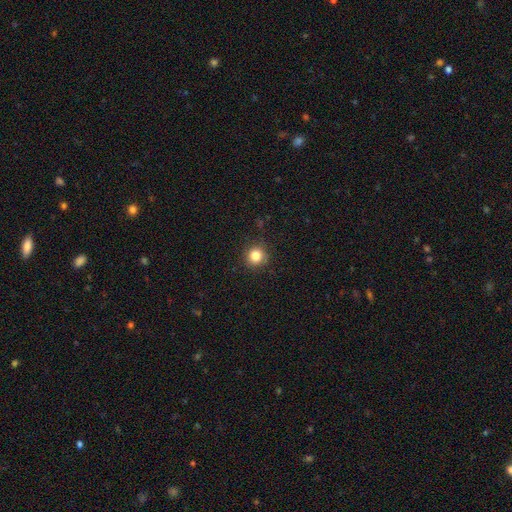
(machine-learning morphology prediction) Smooth or featured: smooth — 83% (star or artifact — 12%)
How rounded: round — 92% (in between — 7%)
Merging: none — 89% (minor disturbance — 8%)